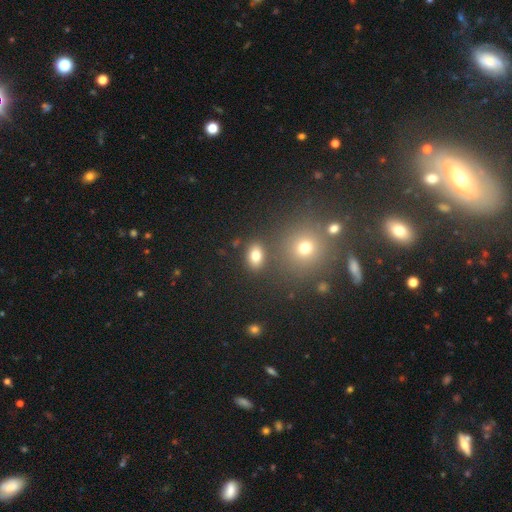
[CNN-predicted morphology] A smooth galaxy with no disk features (78%) that is in between round and cigar-shaped (74%).

Vote fractions:
- Smooth or featured? smooth: 78% / star or artifact: 13% / featured or disk: 9%
- How rounded? in between: 74% / round: 25% / cigar-shaped: 2%
- Merging? none: 79% / minor disturbance: 10% / merger: 8% / major disturbance: 4%